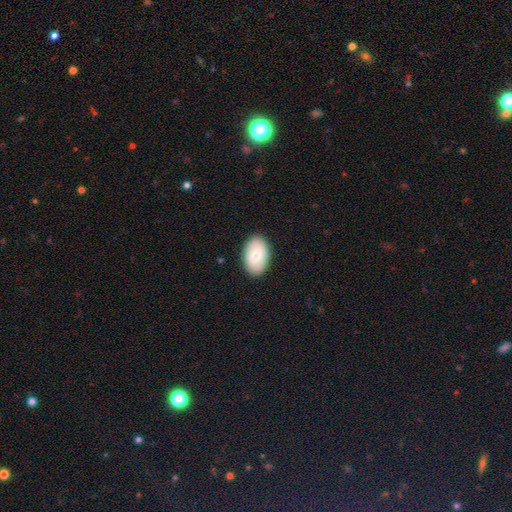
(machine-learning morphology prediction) smooth-or-featured: smooth: 72% | featured or disk: 22% | star or artifact: 6%
  how-rounded: in between: 93% | round: 6% | cigar-shaped: 1%
  merging: none: 88% | minor disturbance: 9% | major disturbance: 2% | merger: 1%